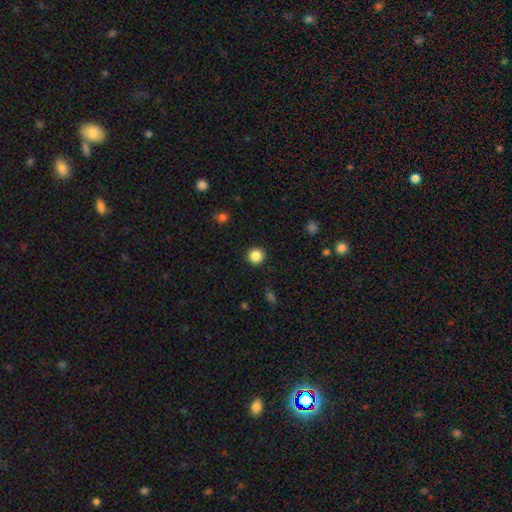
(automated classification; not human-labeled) The model was most divided on "smooth or featured": smooth: 86%, star or artifact: 11%, featured or disk: 3%. More confident: how rounded — round (95%); merging — none (93%).